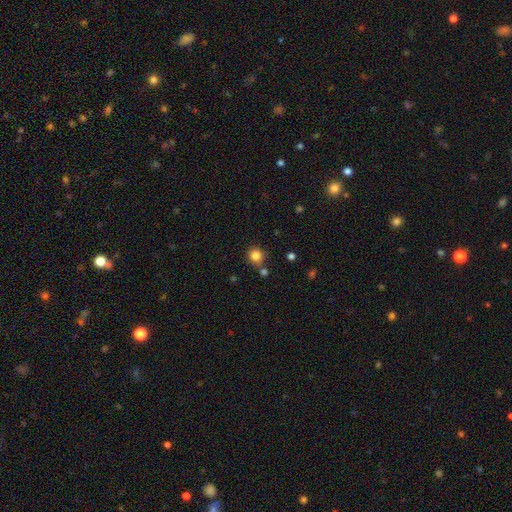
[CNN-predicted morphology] smooth-or-featured: smooth: 83% | star or artifact: 12% | featured or disk: 5%
  how-rounded: round: 88% | in between: 11% | cigar-shaped: 1%
  merging: none: 77% | merger: 10% | minor disturbance: 10% | major disturbance: 3%